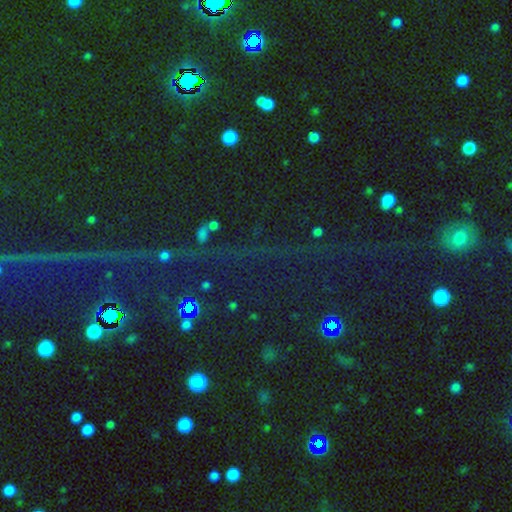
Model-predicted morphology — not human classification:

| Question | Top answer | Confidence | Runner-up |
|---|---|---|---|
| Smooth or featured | star or artifact | 78% | smooth (14%) |